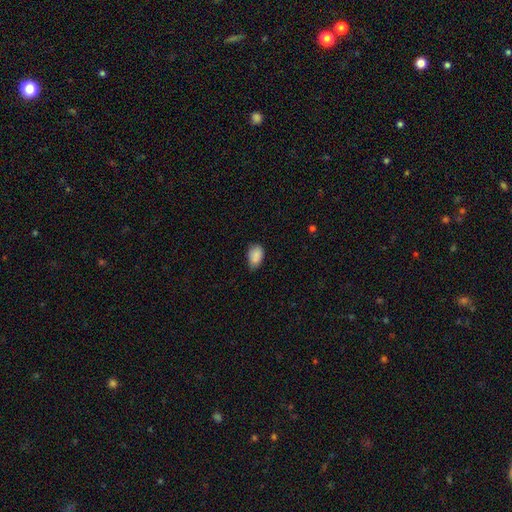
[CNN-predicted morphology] This appears to be a smooth galaxy with no disk features (87%) that is in between round and cigar-shaped (87%). Merging: none (56%).